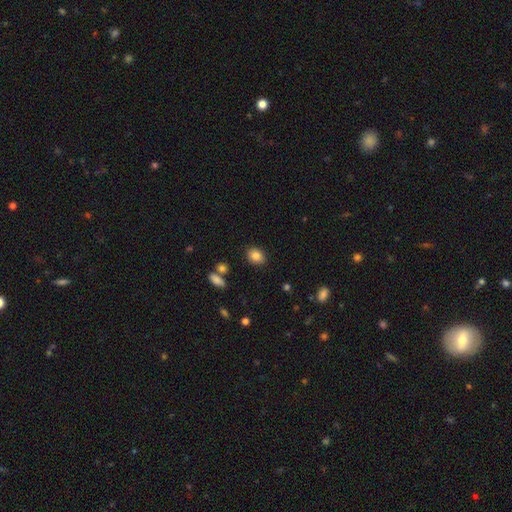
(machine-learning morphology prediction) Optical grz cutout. It shows a smooth galaxy with no disk features (84%) that is in between round and cigar-shaped (51%). Merging: none (85%).